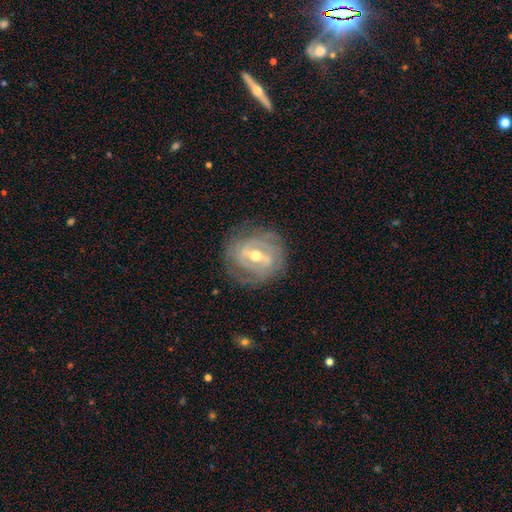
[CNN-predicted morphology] The model was most divided on "spiral arm count": 2: 34%, can't tell: 33%, 3: 18%, 4: 6%, 1: 5%, more than 4: 4%. Remaining: edge-on disk — no (96%); spiral arms — yes (89%); smooth or featured — featured or disk (86%); merging — none (77%); spiral winding — tight (67%); bulge size — moderate (65%); bar — strong (46%).